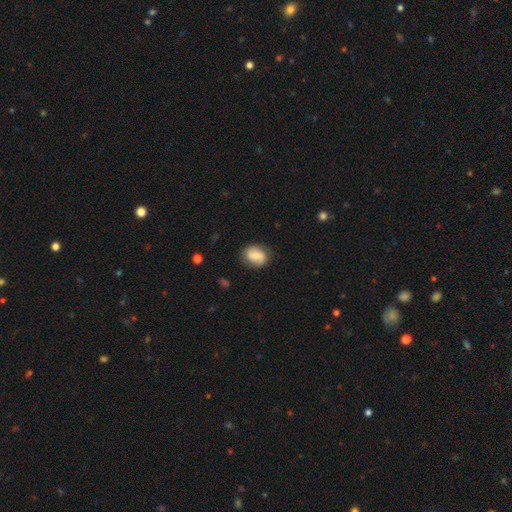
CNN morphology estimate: Q: Smooth or featured?
A: smooth (52%); runner-up: featured or disk (40%)
Q: How rounded?
A: in between (54%); runner-up: round (45%)
Q: Merging?
A: none (80%); runner-up: minor disturbance (15%)